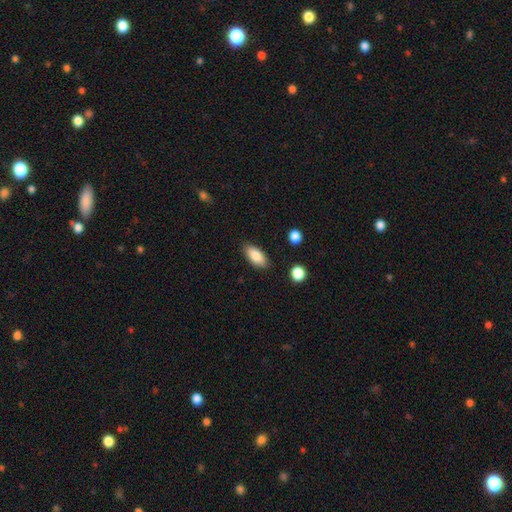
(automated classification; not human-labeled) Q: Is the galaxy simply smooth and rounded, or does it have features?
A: smooth — 84%.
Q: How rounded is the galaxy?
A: in between — 88%.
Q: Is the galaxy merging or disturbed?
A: none — 85%.